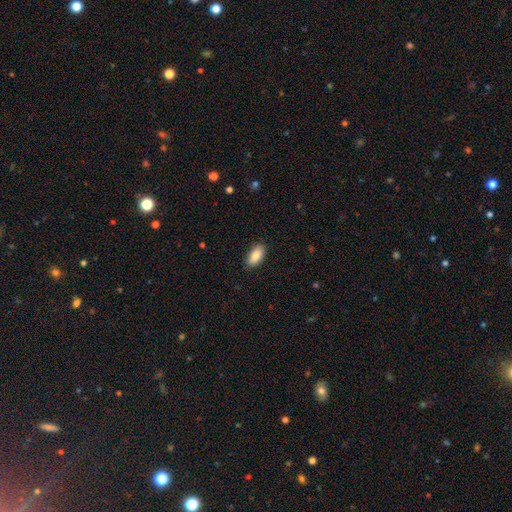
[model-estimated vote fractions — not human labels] This appears to be a smooth galaxy with no disk features (86%) that is in between round and cigar-shaped (92%). Merging: none (88%).